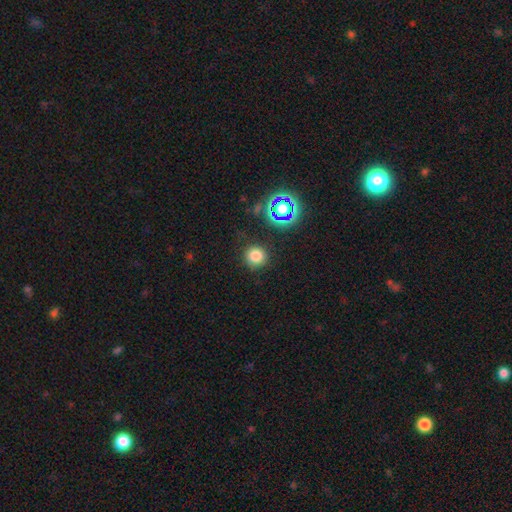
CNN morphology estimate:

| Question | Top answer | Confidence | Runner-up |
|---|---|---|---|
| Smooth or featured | smooth | 76% | star or artifact (18%) |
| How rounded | round | 93% | in between (6%) |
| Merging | none | 86% | minor disturbance (8%) |